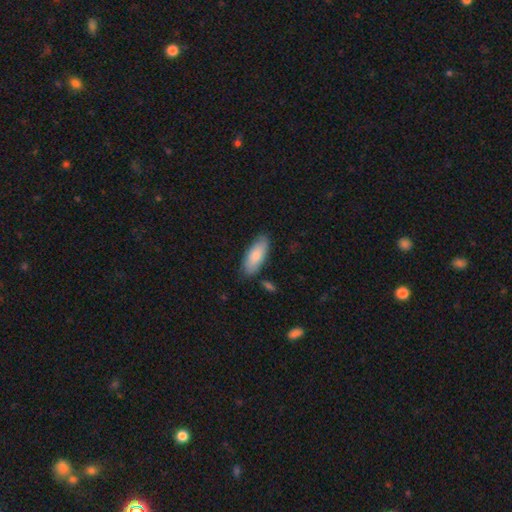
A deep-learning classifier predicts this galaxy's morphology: Smooth or featured?
  - smooth: 82% *
  - featured or disk: 13%
  - star or artifact: 5%
How rounded?
  - in between: 80% *
  - cigar-shaped: 18%
  - round: 2%
Merging?
  - none: 81% *
  - minor disturbance: 14%
  - merger: 3%
  - major disturbance: 3%